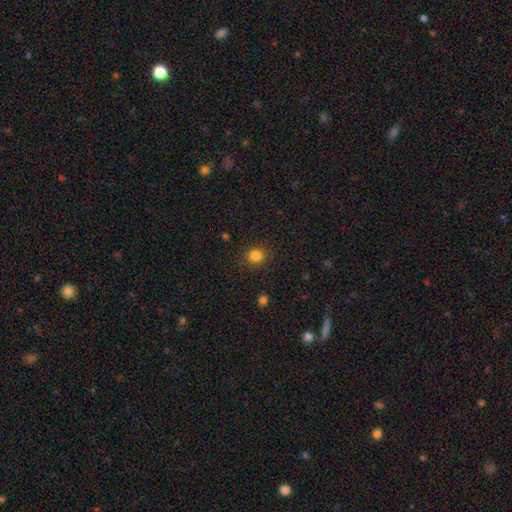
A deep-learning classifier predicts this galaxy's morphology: Smooth or featured? smooth (83%)
How rounded? round (88%)
Merging? none (89%)